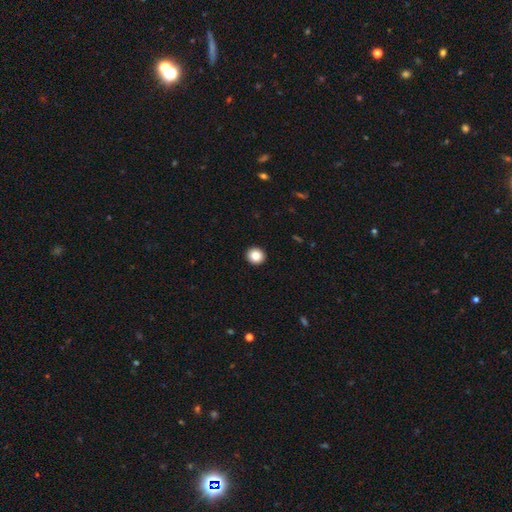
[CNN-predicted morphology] A smooth galaxy with no disk features (85%) that is round (90%). Merging: none (94%).